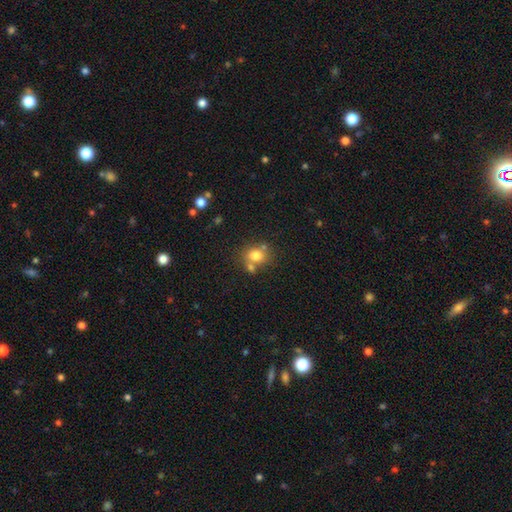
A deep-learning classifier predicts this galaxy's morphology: A smooth galaxy with no disk features (77%) that is round (63%).

Vote fractions:
- Smooth or featured? smooth: 77% / star or artifact: 12% / featured or disk: 11%
- How rounded? round: 63% / in between: 36% / cigar-shaped: 1%
- Merging? none: 58% / merger: 25% / minor disturbance: 13% / major disturbance: 4%